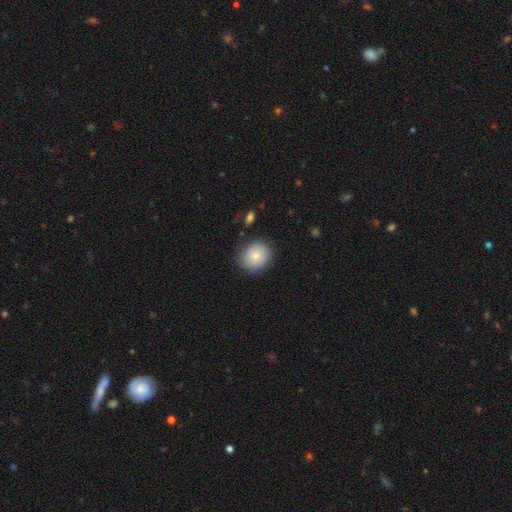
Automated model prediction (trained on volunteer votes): This appears to be a smooth galaxy with no disk features (76%) that is round (73%). Merging: none (78%).